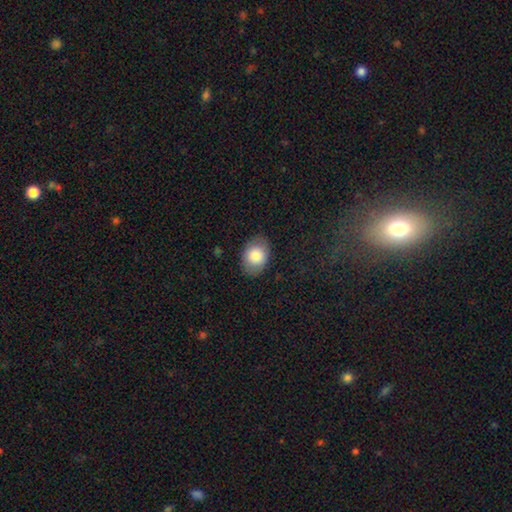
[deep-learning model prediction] Smooth or featured: smooth — 83% (featured or disk — 10%)
How rounded: in between — 74% (round — 25%)
Merging: none — 85% (minor disturbance — 11%)